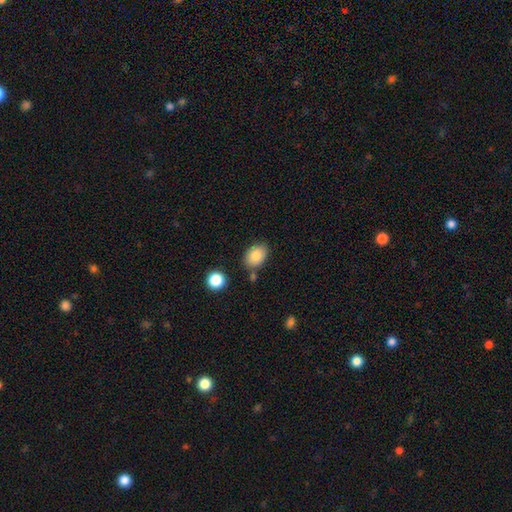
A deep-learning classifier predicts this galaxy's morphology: smooth-or-featured: smooth: 84% | star or artifact: 8% | featured or disk: 7%
  how-rounded: in between: 78% | round: 21% | cigar-shaped: 1%
  merging: none: 76% | minor disturbance: 14% | merger: 7% | major disturbance: 3%